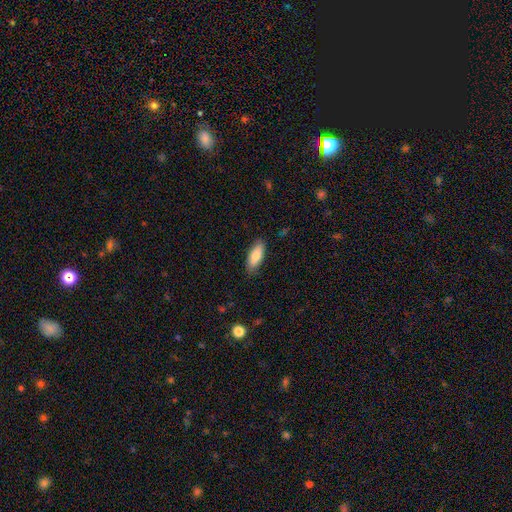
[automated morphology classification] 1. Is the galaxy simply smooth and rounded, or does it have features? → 82% smooth, 12% featured or disk, 6% star or artifact.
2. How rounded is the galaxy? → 75% in between, 23% cigar-shaped, 2% round.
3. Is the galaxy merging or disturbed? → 83% none, 13% minor disturbance, 2% major disturbance, 1% merger.